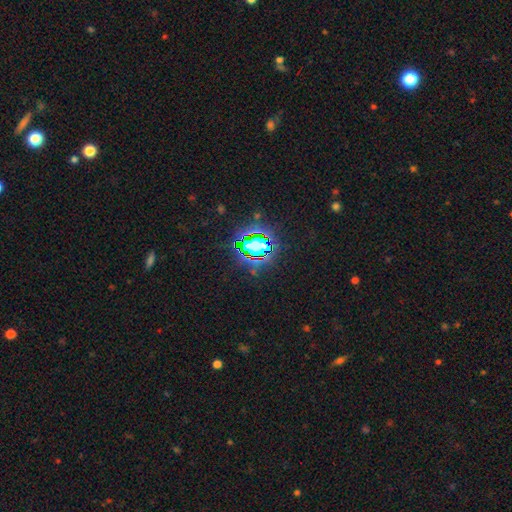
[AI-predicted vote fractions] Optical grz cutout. It shows a star or artifact, not a galaxy (81%).